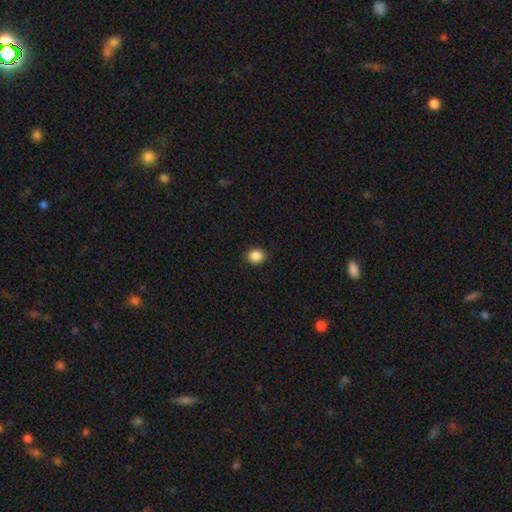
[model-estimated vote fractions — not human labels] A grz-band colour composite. It shows a smooth galaxy with no disk features (88%) that is round (50%). Merging: none (89%).